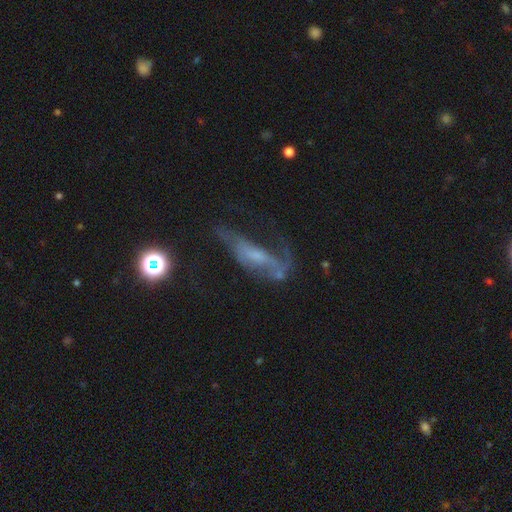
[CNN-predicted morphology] Q: Smooth or featured?
A: featured or disk (60%); runner-up: smooth (24%)
Q: Edge-on disk?
A: no (75%); runner-up: yes (25%)
Q: Merging?
A: major disturbance (42%); runner-up: none (31%)